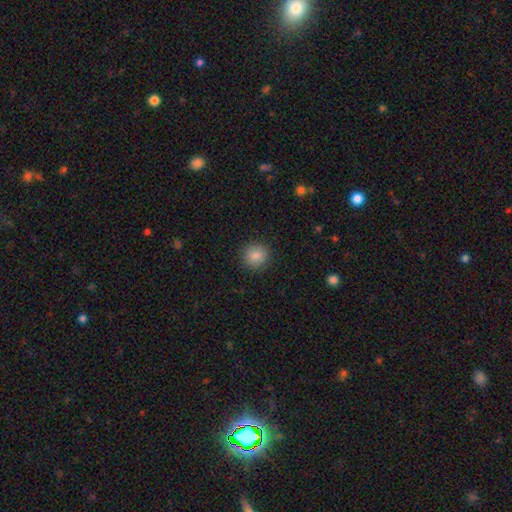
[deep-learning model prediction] This is clearly a smooth galaxy (85%). How rounded: clearly round (90%). Merging: clearly none (89%).